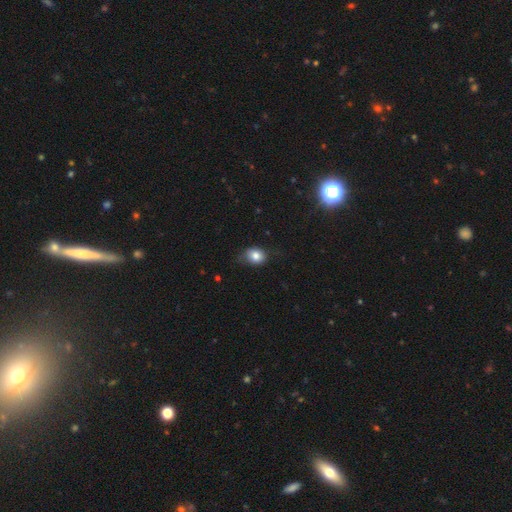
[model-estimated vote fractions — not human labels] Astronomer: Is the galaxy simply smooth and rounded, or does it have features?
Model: smooth — 81%.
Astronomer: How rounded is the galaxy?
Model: round — 52% (runner-up: in between, 47%).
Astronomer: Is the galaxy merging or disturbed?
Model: none — 66%.